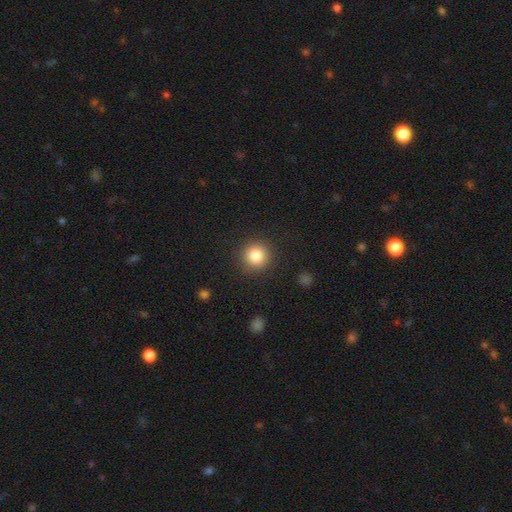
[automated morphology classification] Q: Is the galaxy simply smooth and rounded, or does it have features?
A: smooth — 84%.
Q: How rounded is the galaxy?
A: round — 94%.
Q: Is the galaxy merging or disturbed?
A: none — 89%.